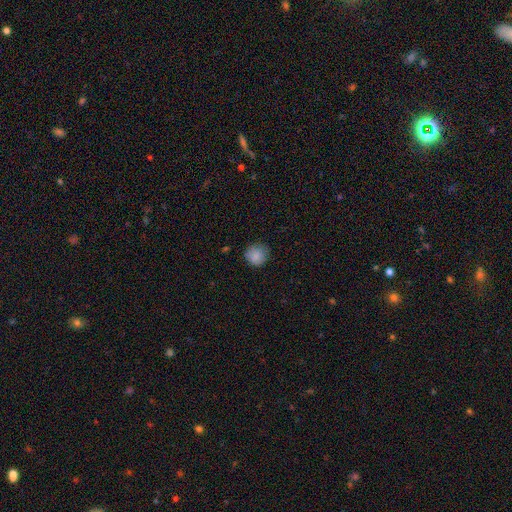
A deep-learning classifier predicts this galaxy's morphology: Smooth or featured?
  - smooth: 84% *
  - star or artifact: 9%
  - featured or disk: 7%
How rounded?
  - round: 88% *
  - in between: 11%
  - cigar-shaped: 1%
Merging?
  - none: 76% *
  - minor disturbance: 18%
  - major disturbance: 4%
  - merger: 1%